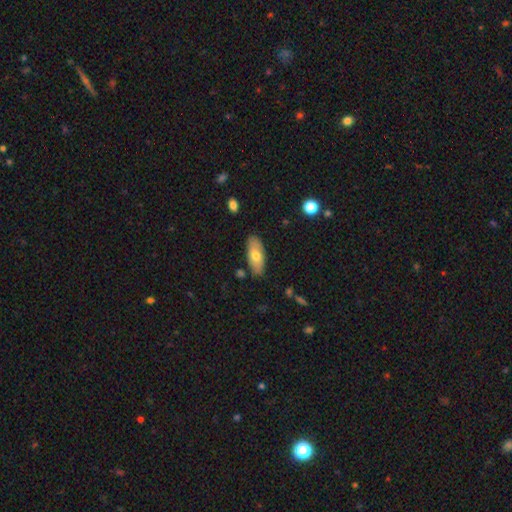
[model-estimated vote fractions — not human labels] smooth_or_featured: smooth (p=0.69) [alt: featured or disk p=0.25]
how_rounded: in between (p=0.84) [alt: cigar-shaped p=0.14]
merging: none (p=0.83) [alt: minor disturbance p=0.13]